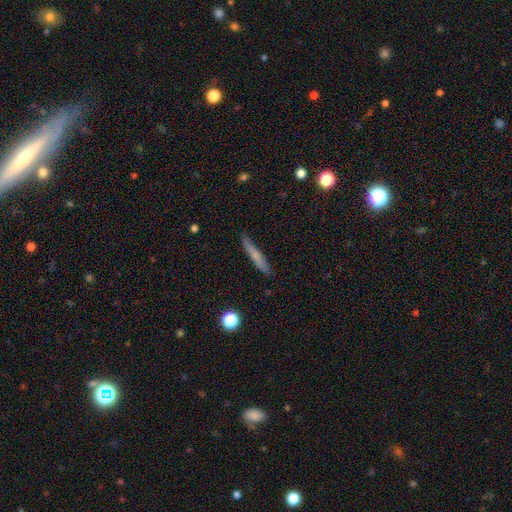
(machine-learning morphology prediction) Overall: smooth (64%; featured or disk 29%). How rounded: cigar-shaped (94%). Merging: none (86%).